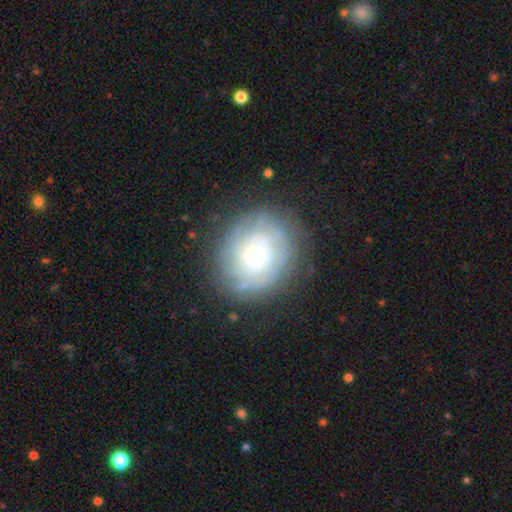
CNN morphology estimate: Smooth or featured? featured or disk (73%)
Edge-on disk? no (97%)
Bar? no (82%)
Spiral arms? yes (86%)
Spiral winding? tight (76%)
Spiral arm count? can't tell (51%)
Bulge size? small (56%)
Merging? none (77%)